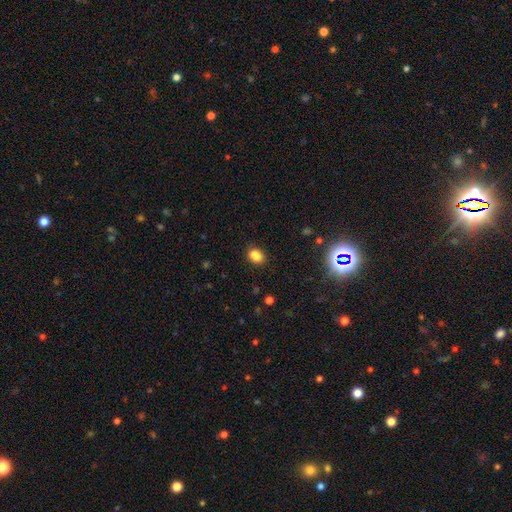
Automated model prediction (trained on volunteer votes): Morphology: type=smooth (82%); roundness=in between (60%); merging=none (69%).